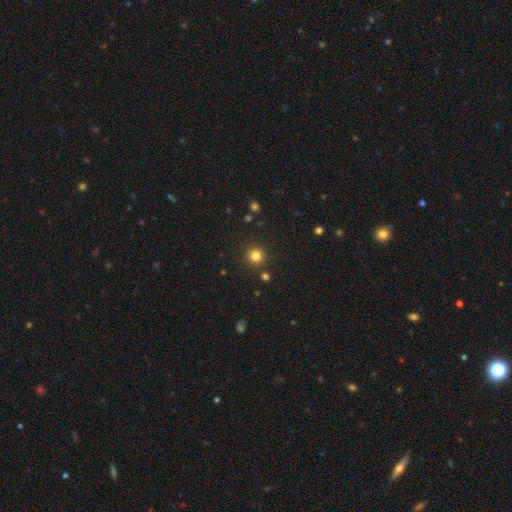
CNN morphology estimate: The model was most divided on "smooth or featured": smooth: 81%, star or artifact: 14%, featured or disk: 5%. More confident: how rounded — round (95%); merging — none (90%).